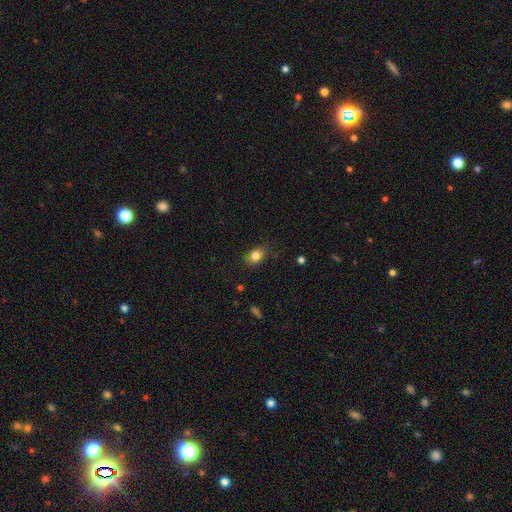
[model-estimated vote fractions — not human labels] A smooth galaxy with no disk features (82%) that is in between round and cigar-shaped (68%). Merging: none (79%).